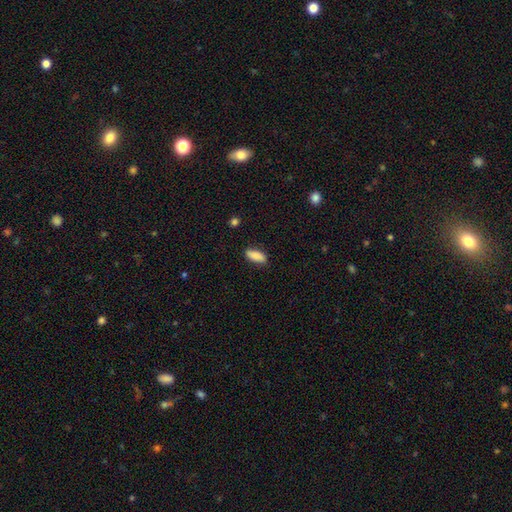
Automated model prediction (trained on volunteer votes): This appears to be a smooth galaxy with no disk features (85%) that is in between round and cigar-shaped (74%). Merging: none (83%).